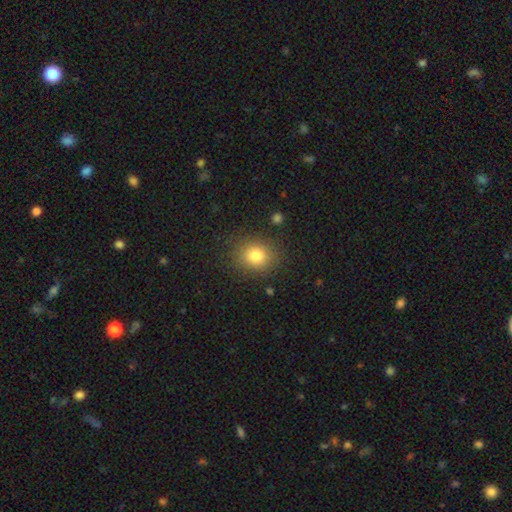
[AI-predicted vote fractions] Q: Smooth or featured?
A: smooth (81%); runner-up: star or artifact (12%)
Q: How rounded?
A: round (71%); runner-up: in between (29%)
Q: Merging?
A: none (86%); runner-up: minor disturbance (9%)